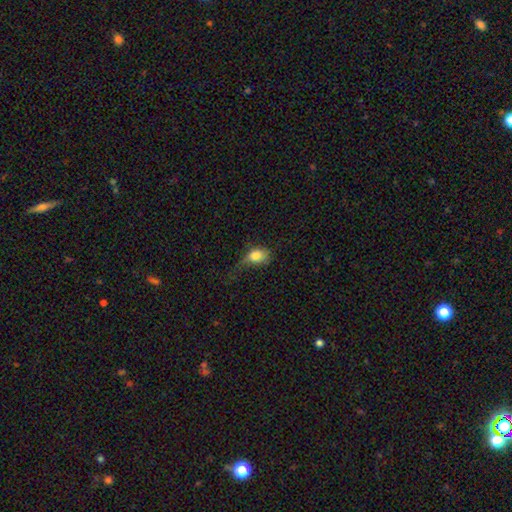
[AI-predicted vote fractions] smooth-or-featured: smooth: 79% | featured or disk: 12% | star or artifact: 9%
  how-rounded: in between: 73% | round: 24% | cigar-shaped: 3%
  merging: major disturbance: 38% | minor disturbance: 32% | none: 26% | merger: 3%